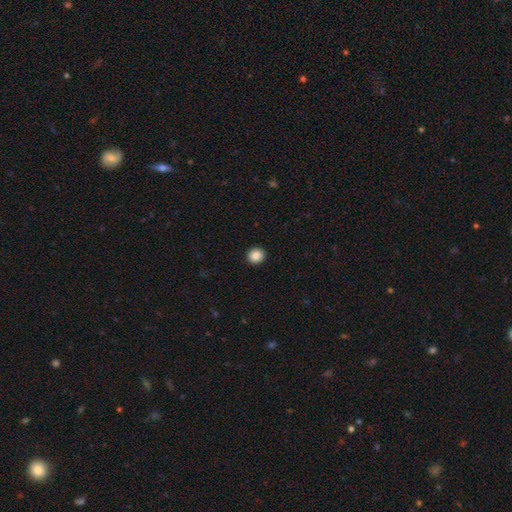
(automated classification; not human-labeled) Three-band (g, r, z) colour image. It shows a smooth galaxy with no disk features (88%) that is round (83%). Merging: none (93%).